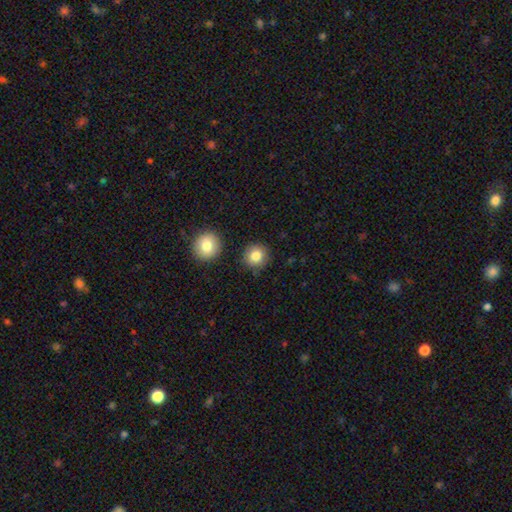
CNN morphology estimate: smooth-or-featured: smooth: 83% | star or artifact: 10% | featured or disk: 7%
  how-rounded: round: 92% | in between: 7% | cigar-shaped: 1%
  merging: none: 86% | minor disturbance: 8% | merger: 4% | major disturbance: 2%